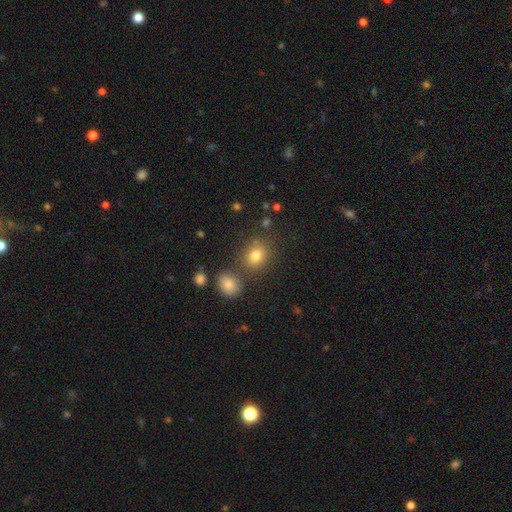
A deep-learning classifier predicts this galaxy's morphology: smooth_or_featured: smooth (p=0.78) [alt: star or artifact p=0.14]
how_rounded: round (p=0.66) [alt: in between p=0.33]
merging: none (p=0.73) [alt: merger p=0.12]